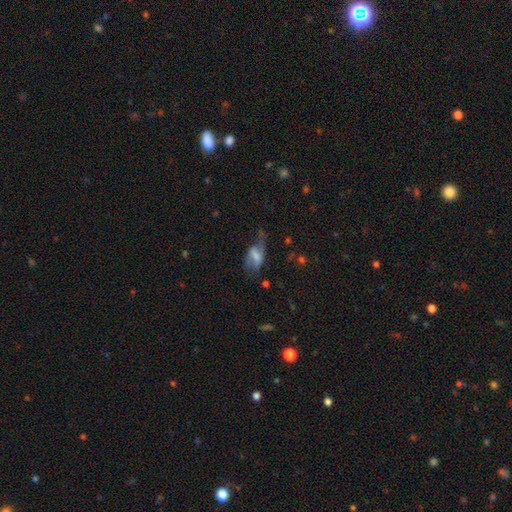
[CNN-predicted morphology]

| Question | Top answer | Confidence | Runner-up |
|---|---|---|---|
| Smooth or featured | featured or disk | 58% | smooth (33%) |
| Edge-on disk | no | 93% | yes (7%) |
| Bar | weak | 42% | strong (35%) |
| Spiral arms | yes | 76% | no (24%) |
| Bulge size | moderate | 29% | tied: small (29%) |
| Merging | none | 37% | major disturbance (35%) |